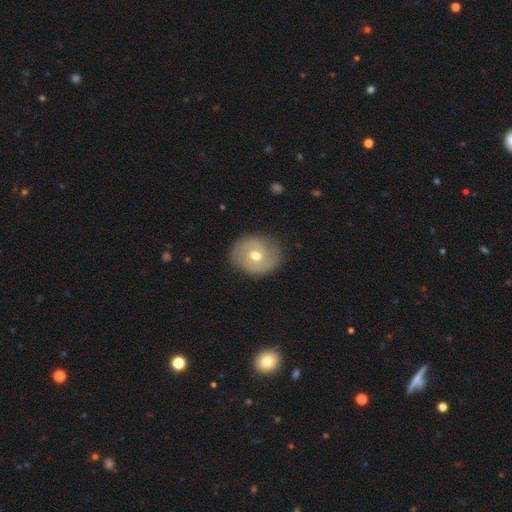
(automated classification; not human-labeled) smooth_or_featured: featured or disk (p=0.58) [alt: smooth p=0.35]
disk_edge_on: no (p=0.96) [alt: yes p=0.04]
bar: no (p=0.66) [alt: weak p=0.28]
has_spiral_arms: yes (p=0.65) [alt: no p=0.35]
bulge_size: moderate (p=0.77) [alt: small p=0.17]
merging: none (p=0.82) [alt: minor disturbance p=0.13]